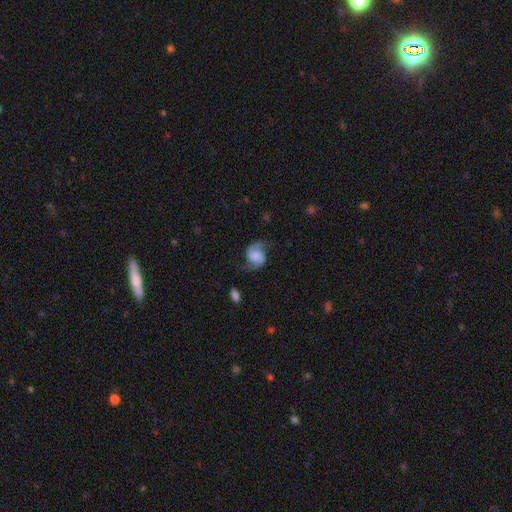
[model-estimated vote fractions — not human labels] Smooth or featured? Predicted: featured or disk (p=0.84). Edge-on disk? Predicted: no (p=0.98). Bar? Predicted: no (p=0.45). Spiral arms? Predicted: yes (p=0.97). Spiral winding? Predicted: medium (p=0.48). Spiral arm count? Predicted: 2 (p=0.93). Bulge size? Predicted: none (p=0.45). Merging? Predicted: none (p=0.73).